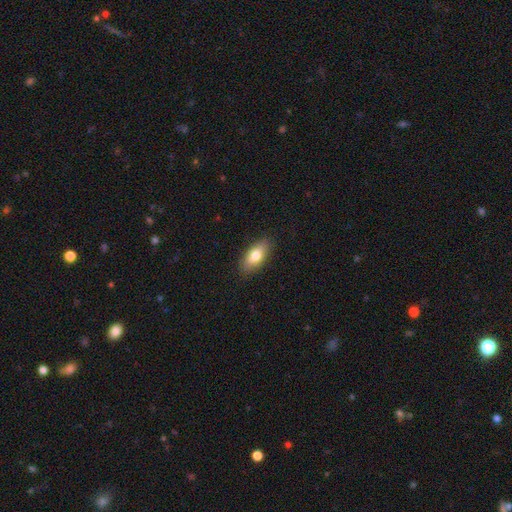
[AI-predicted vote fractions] smooth-or-featured: smooth: 77% | featured or disk: 16% | star or artifact: 7%
  how-rounded: in between: 82% | cigar-shaped: 15% | round: 4%
  merging: none: 87% | minor disturbance: 10% | major disturbance: 2% | merger: 1%